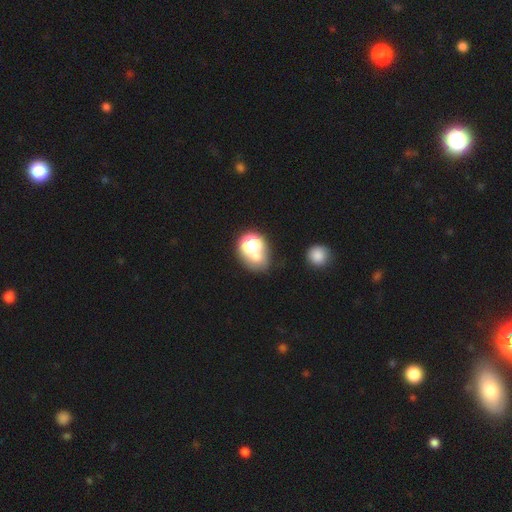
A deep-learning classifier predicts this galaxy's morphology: A smooth galaxy with no disk features (51%) that is round (61%).

Vote fractions:
- Smooth or featured? smooth: 51% / star or artifact: 30% / featured or disk: 18%
- How rounded? round: 61% / in between: 38% / cigar-shaped: 1%
- Merging? none: 42% / merger: 29% / minor disturbance: 15% / major disturbance: 13%